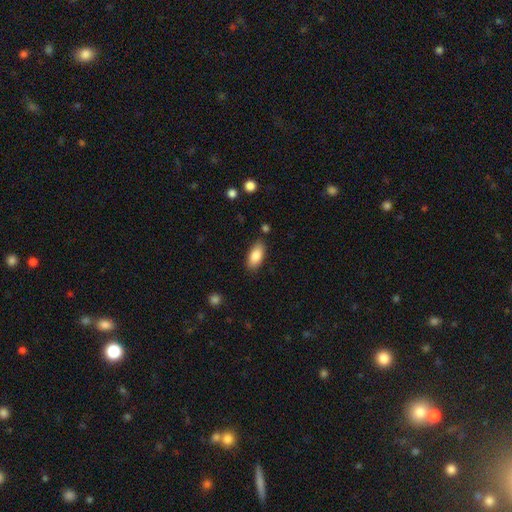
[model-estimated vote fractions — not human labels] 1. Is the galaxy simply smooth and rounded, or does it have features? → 84% smooth, 9% featured or disk, 7% star or artifact.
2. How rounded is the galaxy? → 89% in between, 8% cigar-shaped, 3% round.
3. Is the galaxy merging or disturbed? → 84% none, 12% minor disturbance, 2% major disturbance, 2% merger.